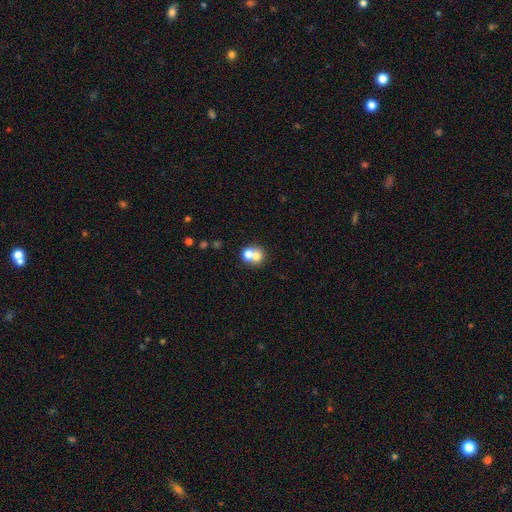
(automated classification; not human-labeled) Smooth or featured? smooth (68%)
How rounded? round (80%)
Merging? merger (60%)